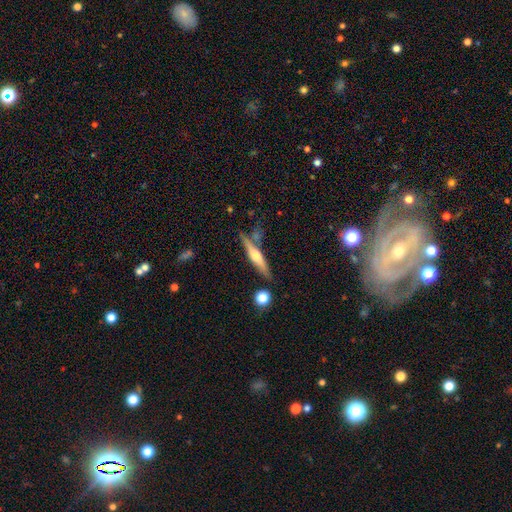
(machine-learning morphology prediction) A featured or disk galaxy (59%) viewed edge-on (95%) with a rounded central bulge (86%). Merging: none (76%).